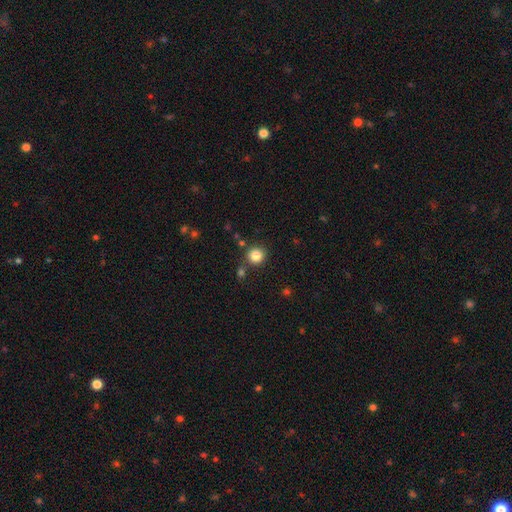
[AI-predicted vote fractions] smooth_or_featured: smooth (p=0.84) [alt: star or artifact p=0.11]
how_rounded: round (p=0.92) [alt: in between p=0.08]
merging: none (p=0.80) [alt: merger p=0.08]